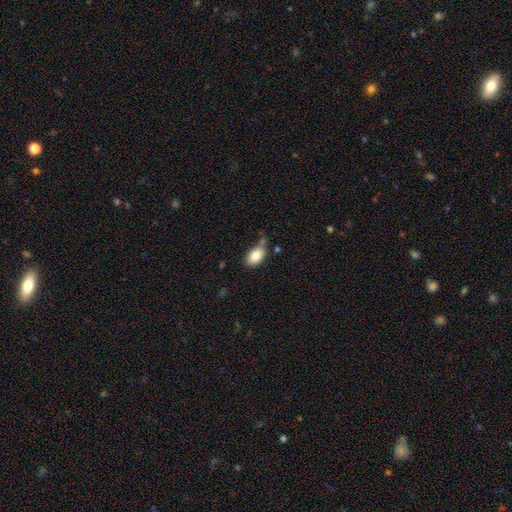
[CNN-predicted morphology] Smooth or featured? smooth (85%)
How rounded? in between (91%)
Merging? none (62%)